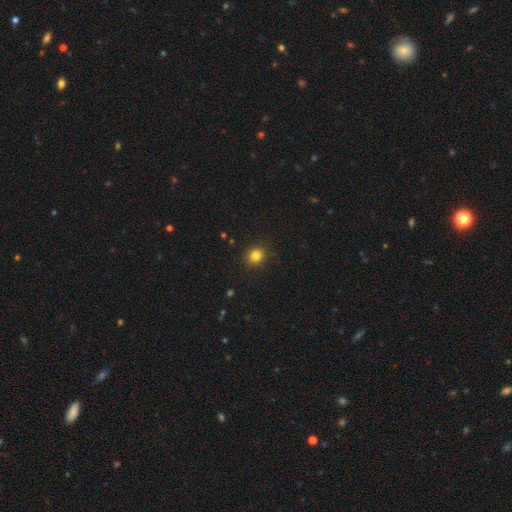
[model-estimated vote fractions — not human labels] Smooth or featured? smooth (83%)
How rounded? round (81%)
Merging? none (91%)